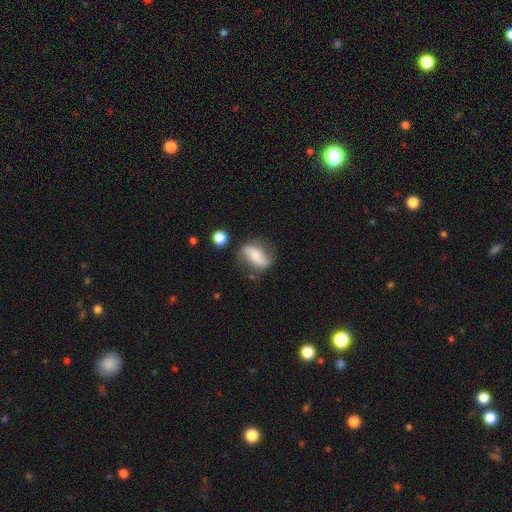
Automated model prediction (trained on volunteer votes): smooth 49%, featured or disk 44%, star or artifact 8%. Down the decision tree: merging — none (64%).